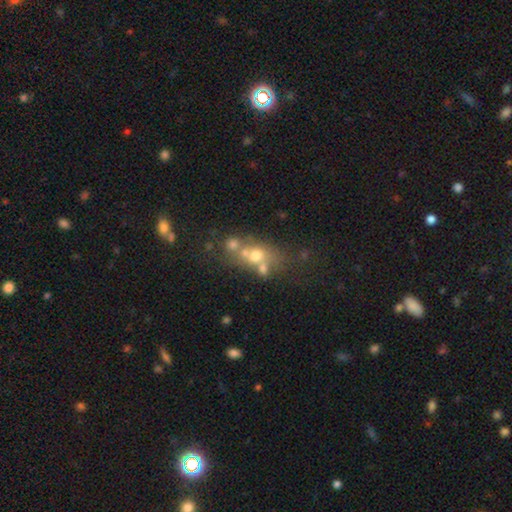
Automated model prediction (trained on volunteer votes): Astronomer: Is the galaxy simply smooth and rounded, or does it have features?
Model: smooth — 52% (runner-up: featured or disk, 31%).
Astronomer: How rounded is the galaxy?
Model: round — 48% (runner-up: in between, 47%).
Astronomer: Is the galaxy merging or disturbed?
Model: merger — 42% (runner-up: none, 38%).